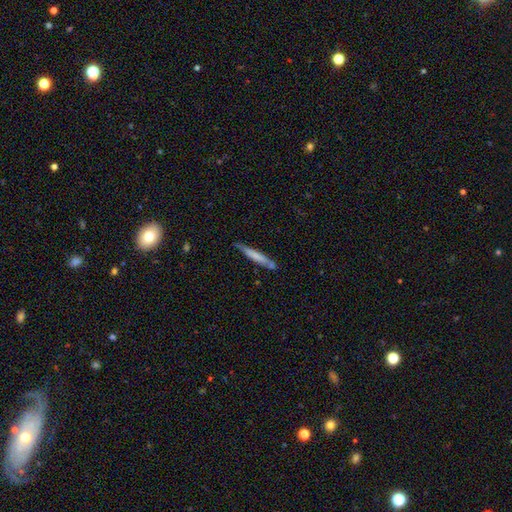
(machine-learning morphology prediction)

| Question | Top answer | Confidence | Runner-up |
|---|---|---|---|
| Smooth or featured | smooth | 64% | featured or disk (30%) |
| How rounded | cigar-shaped | 94% | in between (5%) |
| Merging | none | 68% | minor disturbance (19%) |